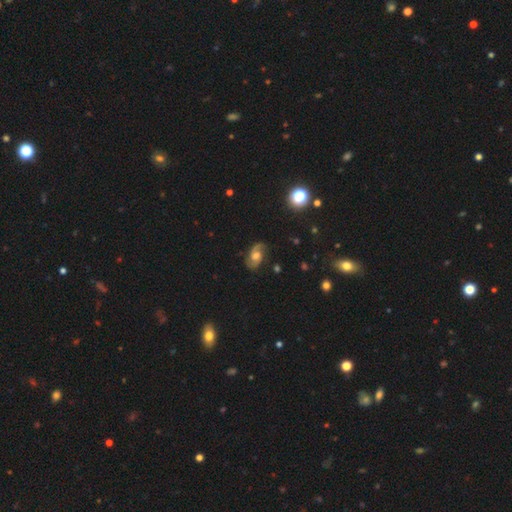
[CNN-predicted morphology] Smooth or featured? featured or disk (77%)
Edge-on disk? no (97%)
Bar? no (62%)
Spiral arms? yes (93%)
Spiral winding? medium (50%)
Spiral arm count? 2 (88%)
Bulge size? moderate (57%)
Merging? none (77%)